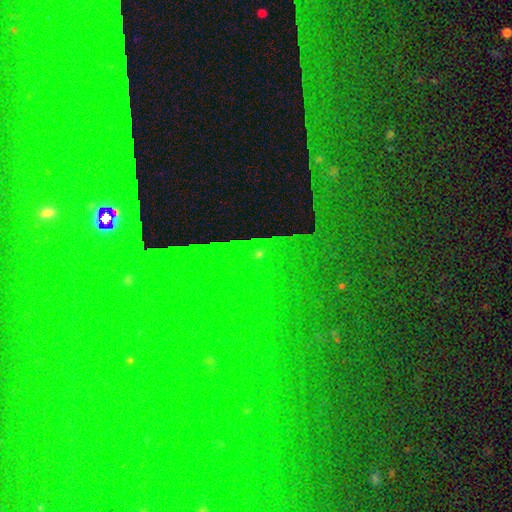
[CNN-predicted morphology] star or artifact 80%, featured or disk 10%, smooth 10%.